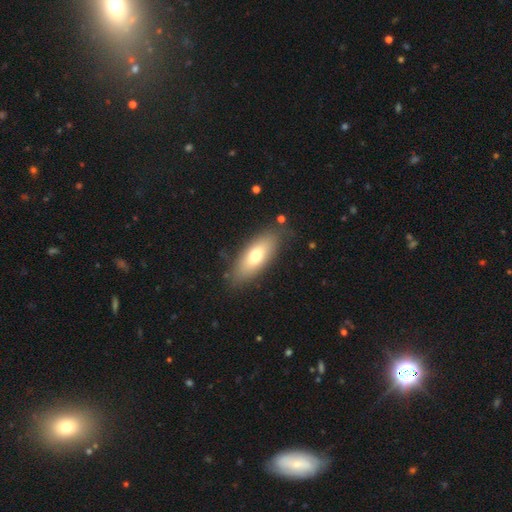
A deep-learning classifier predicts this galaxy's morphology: A smooth galaxy with no disk features (69%) that is in between round and cigar-shaped (74%). Merging: none (82%).